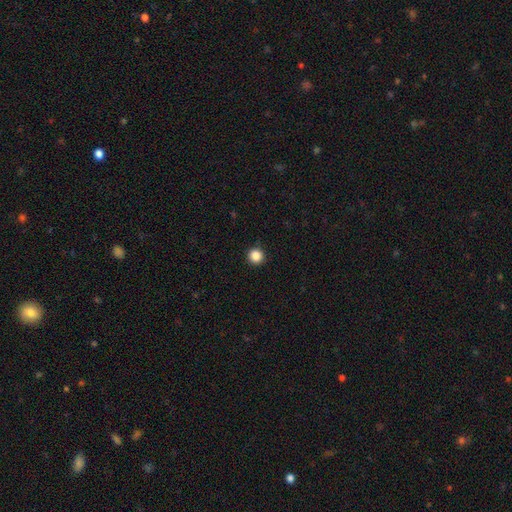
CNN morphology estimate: smooth_or_featured: smooth (p=0.86) [alt: star or artifact p=0.11]
how_rounded: round (p=0.95) [alt: in between p=0.04]
merging: none (p=0.93) [alt: minor disturbance p=0.05]